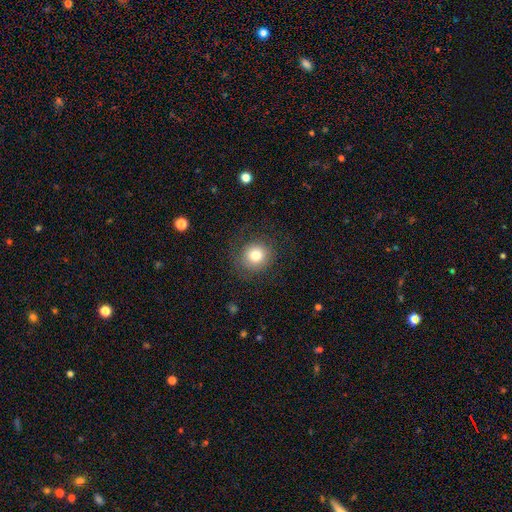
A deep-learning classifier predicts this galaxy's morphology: This is likely a smooth galaxy (77%). How rounded: clearly round (89%). Merging: likely none (79%).